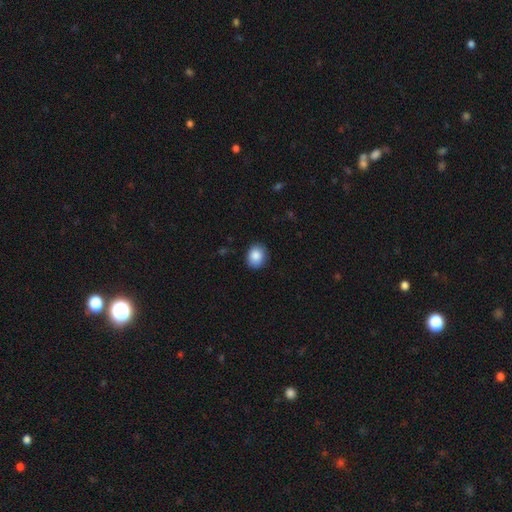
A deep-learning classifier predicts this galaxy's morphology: smooth_or_featured: smooth (p=0.88) [alt: star or artifact p=0.08]
how_rounded: round (p=0.55) [alt: in between p=0.44]
merging: none (p=0.87) [alt: minor disturbance p=0.10]